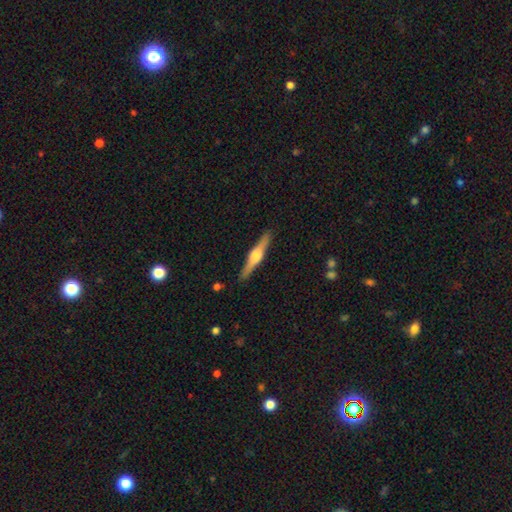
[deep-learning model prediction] A featured or disk galaxy (71%) viewed edge-on (98%) with a rounded central bulge (93%). Merging: none (91%).